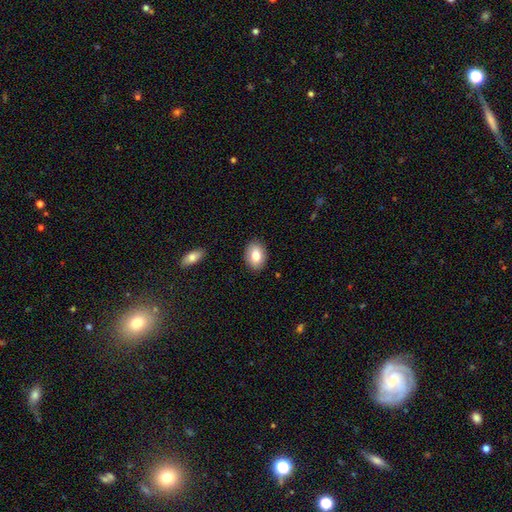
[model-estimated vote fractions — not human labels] A smooth galaxy with no disk features (81%) that is in between round and cigar-shaped (81%). Merging: none (88%).